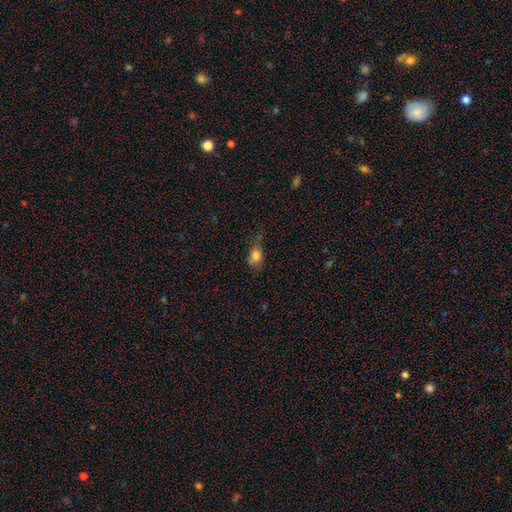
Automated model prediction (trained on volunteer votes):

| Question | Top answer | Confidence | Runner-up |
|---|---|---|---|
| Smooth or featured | smooth | 77% | featured or disk (12%) |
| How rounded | in between | 68% | round (27%) |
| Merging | none | 48% | minor disturbance (34%) |